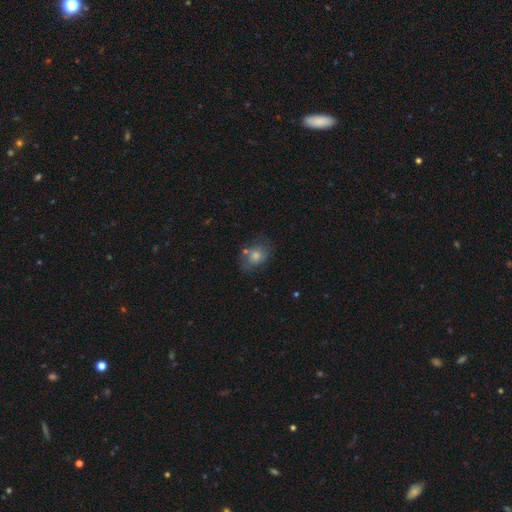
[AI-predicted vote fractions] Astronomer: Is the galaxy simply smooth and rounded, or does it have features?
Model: smooth — 66%.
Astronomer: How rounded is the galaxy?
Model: in between — 61% (runner-up: round, 37%).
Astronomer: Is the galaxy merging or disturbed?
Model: none — 54%.